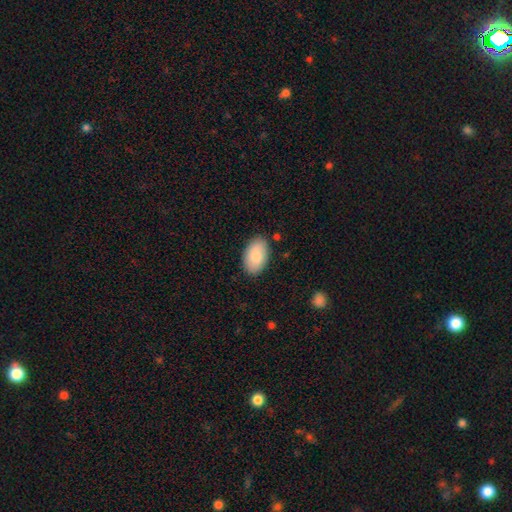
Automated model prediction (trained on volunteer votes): Smooth or featured? smooth (85%)
How rounded? in between (94%)
Merging? none (86%)